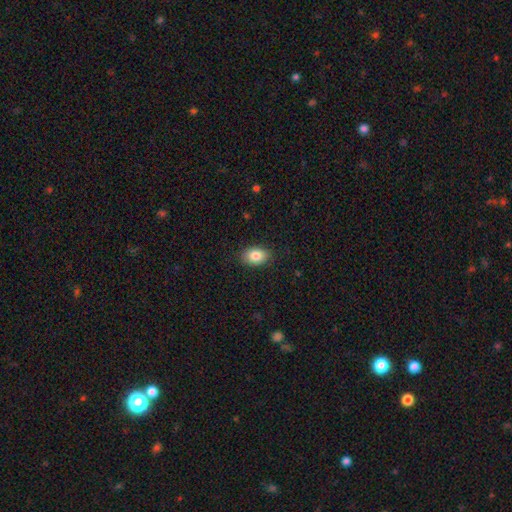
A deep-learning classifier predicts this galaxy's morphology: A smooth galaxy with no disk features (85%) that is in between round and cigar-shaped (82%). Merging: none (87%).